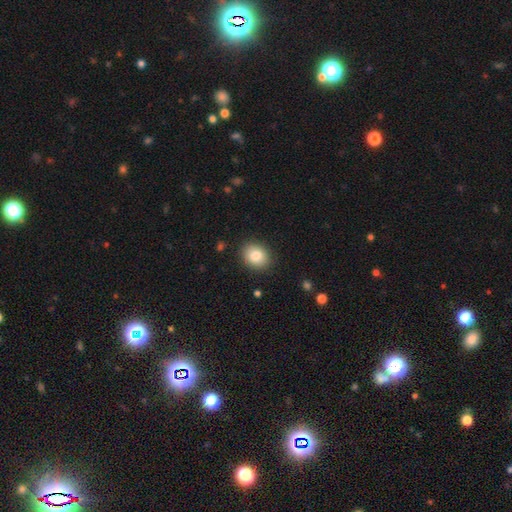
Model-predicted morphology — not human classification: A smooth galaxy with no disk features (83%) that is round (57%).

Vote fractions:
- Smooth or featured? smooth: 83% / star or artifact: 9% / featured or disk: 8%
- How rounded? round: 57% / in between: 42% / cigar-shaped: 1%
- Merging? none: 88% / minor disturbance: 8% / major disturbance: 2% / merger: 1%